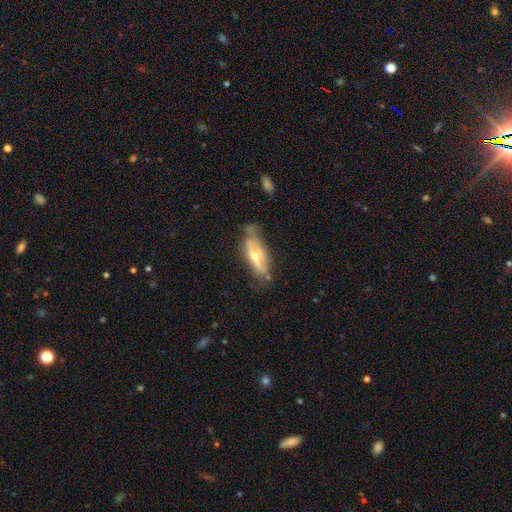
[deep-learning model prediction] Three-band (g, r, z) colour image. It shows a featured or disk galaxy (51%) viewed edge-on (60%). Merging: none (54%).